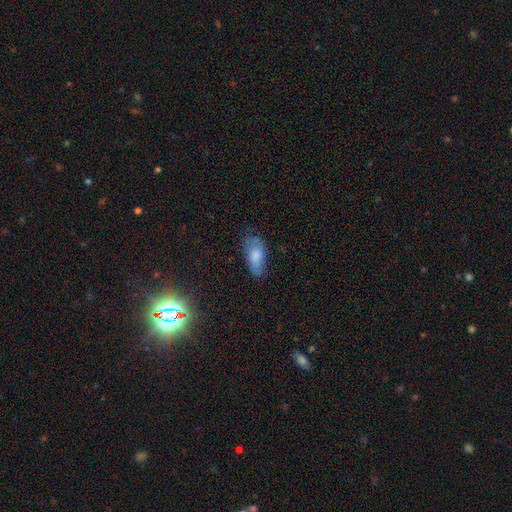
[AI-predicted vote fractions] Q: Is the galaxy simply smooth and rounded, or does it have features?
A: smooth — 73%.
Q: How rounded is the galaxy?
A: in between — 89%.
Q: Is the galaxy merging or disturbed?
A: none — 58%.